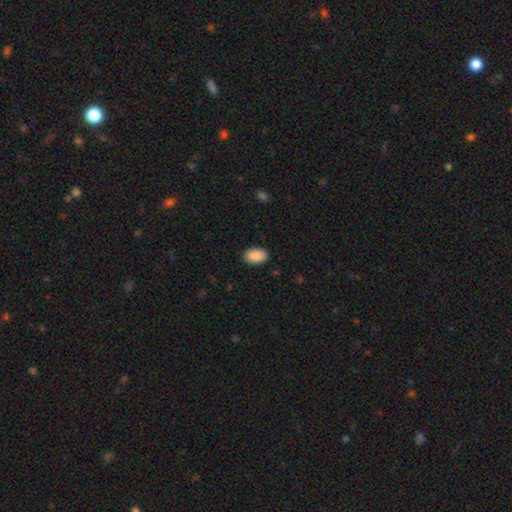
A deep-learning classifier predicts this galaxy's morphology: This is clearly a smooth galaxy (90%). How rounded: clearly in between (91%). Merging: clearly none (89%).